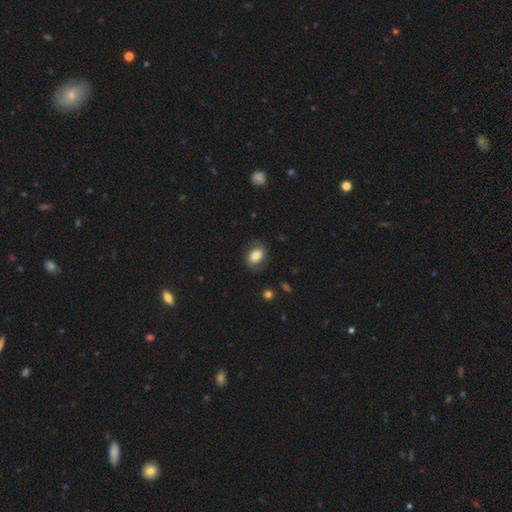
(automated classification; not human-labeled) A smooth galaxy with no disk features (77%) that is in between round and cigar-shaped (79%). Merging: none (78%).